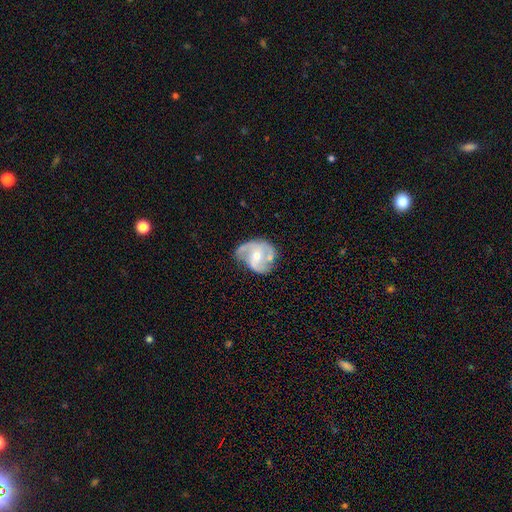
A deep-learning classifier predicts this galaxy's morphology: type=featured or disk (81%); edge-on=no (98%); bar=no (53%); spiral arms=yes (89%); winding=medium (45%); arm count=2 (55%); bulge=small (50%); merging=none (48%).